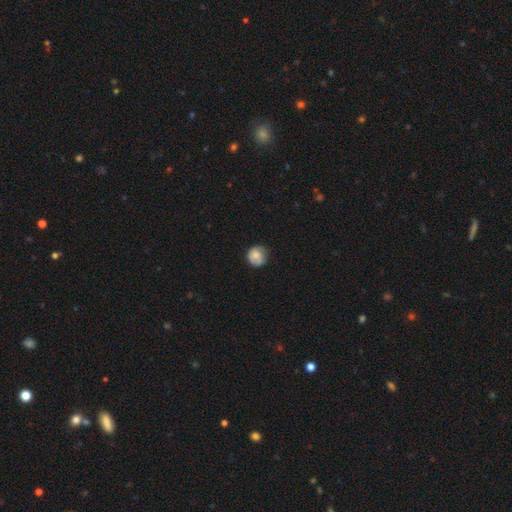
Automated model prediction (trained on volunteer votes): Morphology: type=smooth (74%); roundness=round (86%); merging=none (64%).